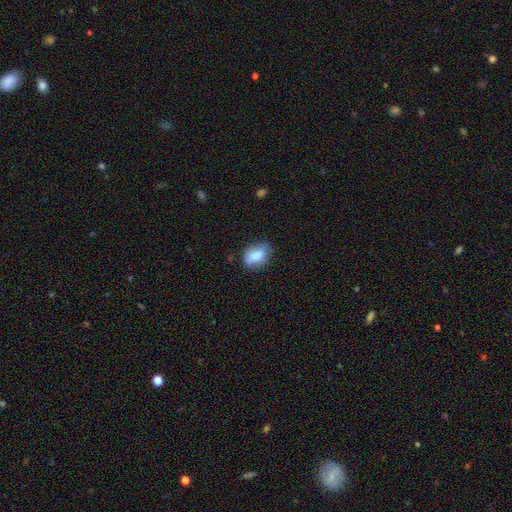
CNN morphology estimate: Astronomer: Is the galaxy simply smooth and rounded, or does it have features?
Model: smooth — 81%.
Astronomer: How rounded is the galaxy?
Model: in between — 83%.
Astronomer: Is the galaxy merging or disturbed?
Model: none — 63%.